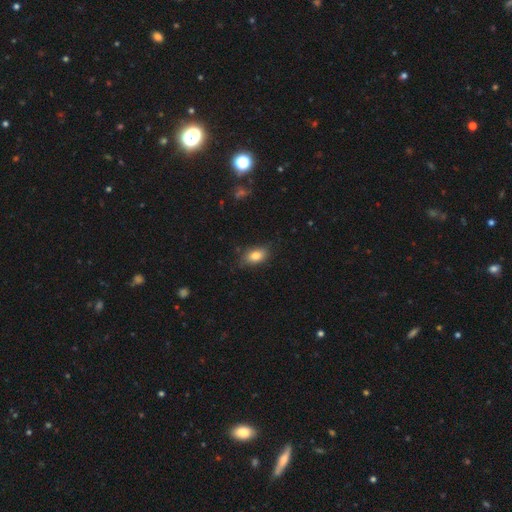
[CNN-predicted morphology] A smooth galaxy with no disk features (81%) that is in between round and cigar-shaped (87%). Merging: none (79%).